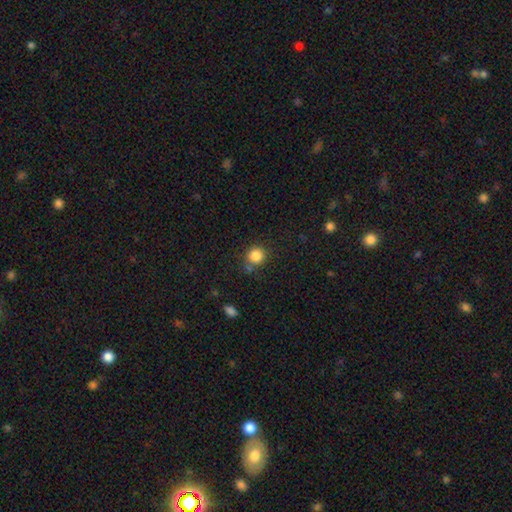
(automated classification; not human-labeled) The model was most divided on "merging": none: 74%, minor disturbance: 12%, merger: 9%, major disturbance: 4%. More confident: how rounded — round (89%); smooth or featured — smooth (84%).